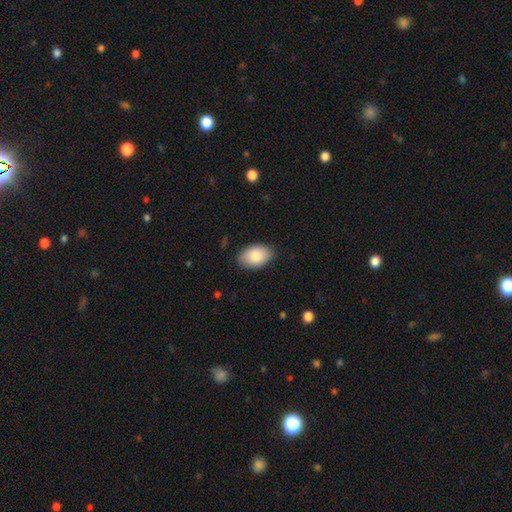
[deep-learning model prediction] A smooth galaxy with no disk features (85%) that is in between round and cigar-shaped (92%). Merging: none (85%).